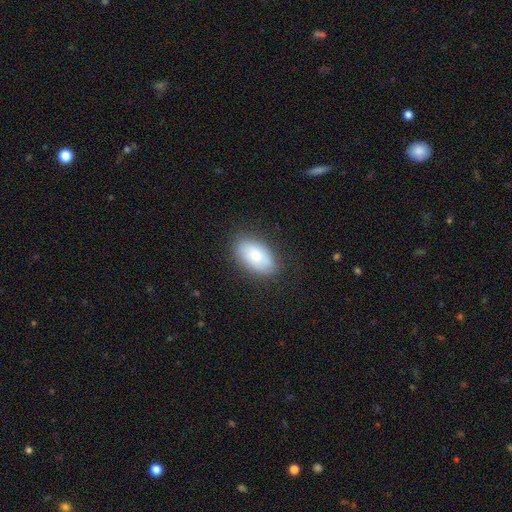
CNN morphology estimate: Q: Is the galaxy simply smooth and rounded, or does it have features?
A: smooth — 77%.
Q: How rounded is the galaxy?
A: in between — 93%.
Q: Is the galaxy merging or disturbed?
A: none — 83%.